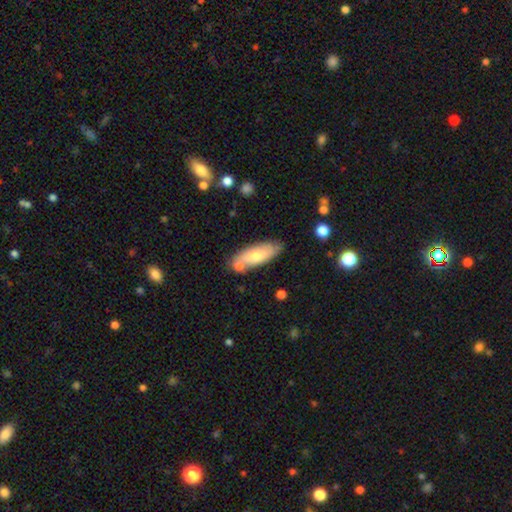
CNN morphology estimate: Smooth or featured? smooth (66%)
How rounded? in between (68%)
Merging? none (64%)